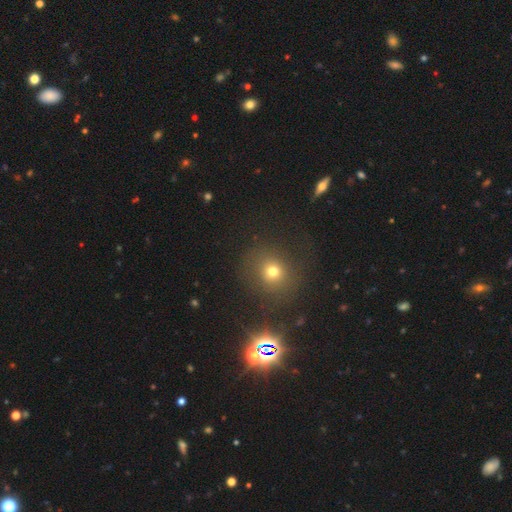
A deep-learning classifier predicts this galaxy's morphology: Overall: smooth (47%; star or artifact 41%). Merging: none (85%).